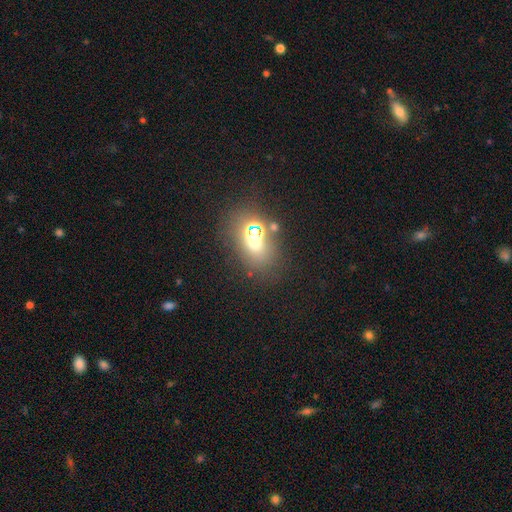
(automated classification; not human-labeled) A smooth galaxy with no disk features (53%) that is in between round and cigar-shaped (56%).

Vote fractions:
- Smooth or featured? smooth: 53% / featured or disk: 24% / star or artifact: 23%
- How rounded? in between: 56% / round: 41% / cigar-shaped: 3%
- Merging? none: 44% / merger: 40% / minor disturbance: 10% / major disturbance: 6%